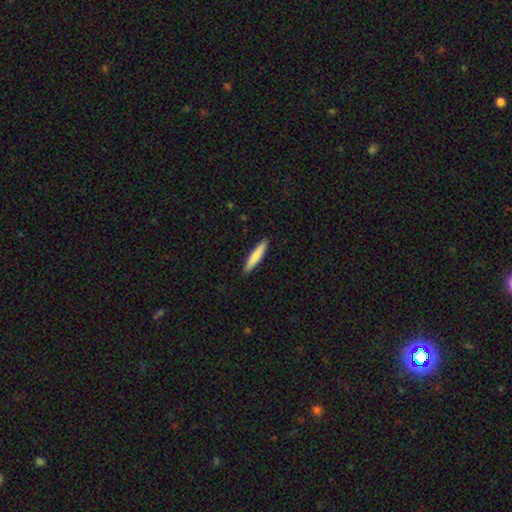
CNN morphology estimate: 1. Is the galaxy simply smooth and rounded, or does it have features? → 79% smooth, 15% featured or disk, 5% star or artifact.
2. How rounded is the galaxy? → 91% cigar-shaped, 8% in between, 1% round.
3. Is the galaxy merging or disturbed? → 91% none, 6% minor disturbance, 1% major disturbance, 1% merger.